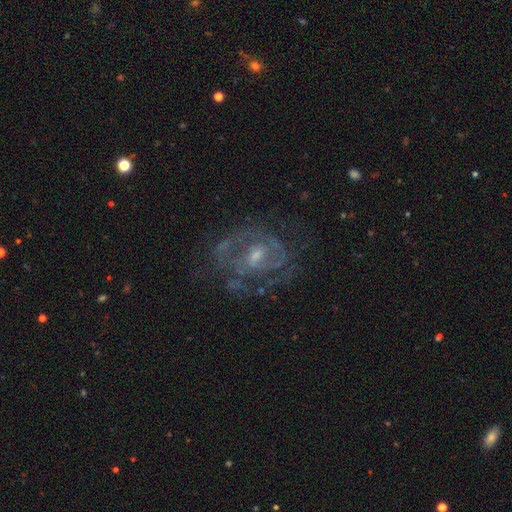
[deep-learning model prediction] Overall: featured or disk (76%). Edge-on disk: no (97%). Bar: no (45%; weak 41%). Spiral arms: yes (75%). Spiral arm count: can't tell (39%; 2 38%). Spiral winding: tight (46%; medium 40%). Bulge size: small (49%; moderate 41%). Merging: none (69%).